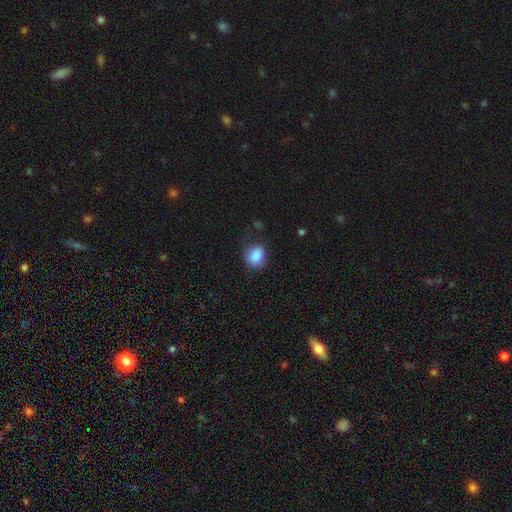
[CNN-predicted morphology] Smooth or featured: smooth — 85% (star or artifact — 9%)
How rounded: in between — 51% (round — 48%)
Merging: none — 65% (minor disturbance — 25%)